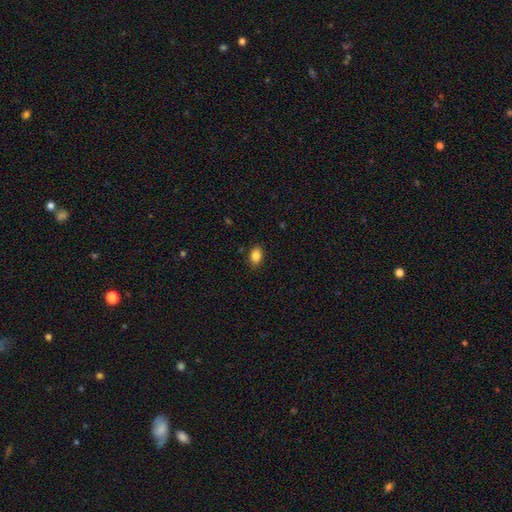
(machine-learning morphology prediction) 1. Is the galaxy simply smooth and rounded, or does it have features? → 86% smooth, 9% star or artifact, 5% featured or disk.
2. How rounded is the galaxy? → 85% in between, 13% round, 2% cigar-shaped.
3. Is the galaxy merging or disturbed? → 88% none, 9% minor disturbance, 2% major disturbance, 1% merger.